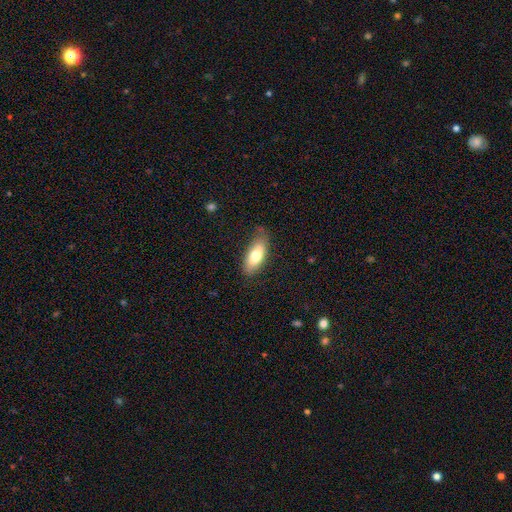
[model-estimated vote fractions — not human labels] Overall: smooth (73%). How rounded: in between (81%). Merging: none (68%).